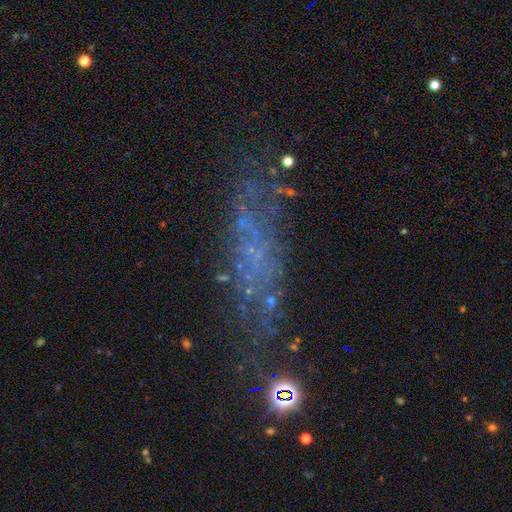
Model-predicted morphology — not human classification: type=featured or disk (44%); merging=none (59%).